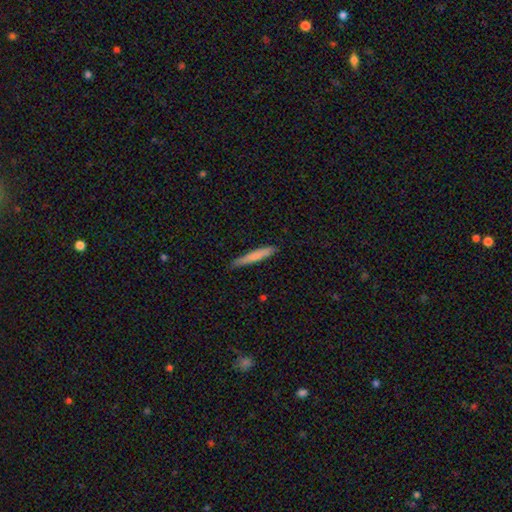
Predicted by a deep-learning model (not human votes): A smooth galaxy with no disk features (73%) that is cigar-shaped (94%). Merging: none (84%).